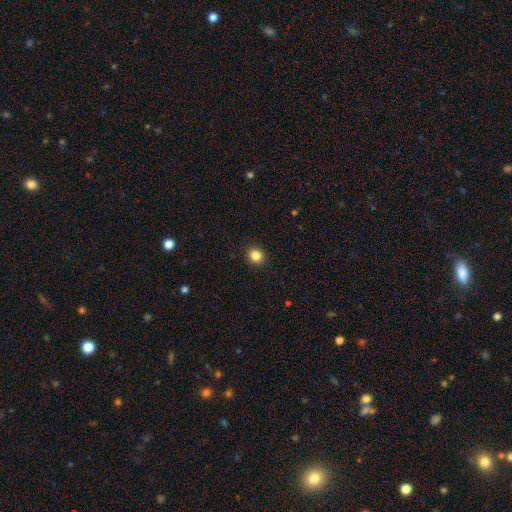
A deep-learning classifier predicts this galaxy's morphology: Smooth or featured: smooth — 85% (star or artifact — 11%)
How rounded: round — 81% (in between — 18%)
Merging: none — 92% (minor disturbance — 6%)